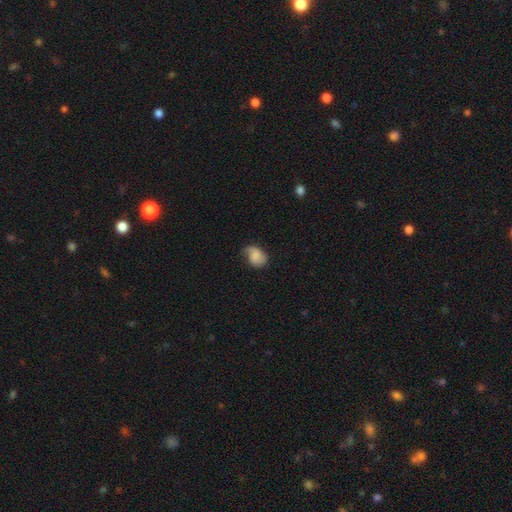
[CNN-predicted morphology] Smooth or featured?
  - smooth: 69% *
  - featured or disk: 23%
  - star or artifact: 8%
How rounded?
  - in between: 67% *
  - round: 32%
  - cigar-shaped: 1%
Merging?
  - none: 44% *
  - minor disturbance: 37%
  - major disturbance: 17%
  - merger: 2%